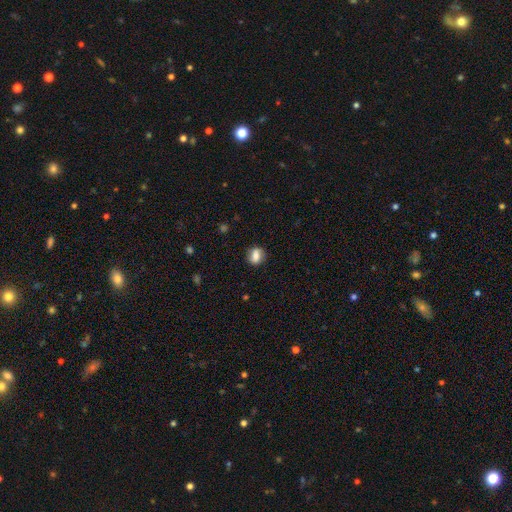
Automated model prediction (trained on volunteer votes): smooth-or-featured: smooth: 77% | featured or disk: 14% | star or artifact: 9%
  how-rounded: in between: 52% | round: 46% | cigar-shaped: 3%
  merging: none: 79% | minor disturbance: 14% | major disturbance: 4% | merger: 2%